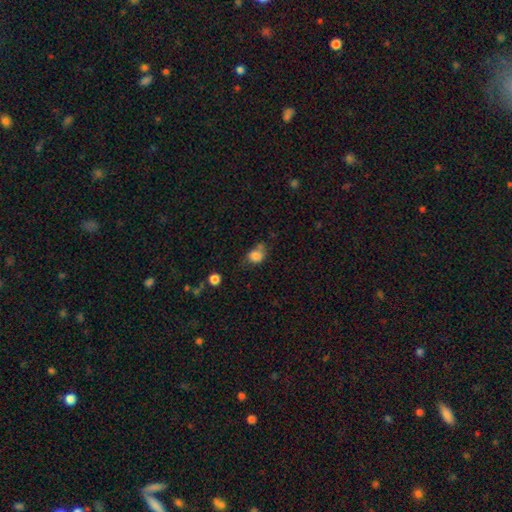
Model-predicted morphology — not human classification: A smooth galaxy with no disk features (81%) that is round (52%). Merging: none (46%).